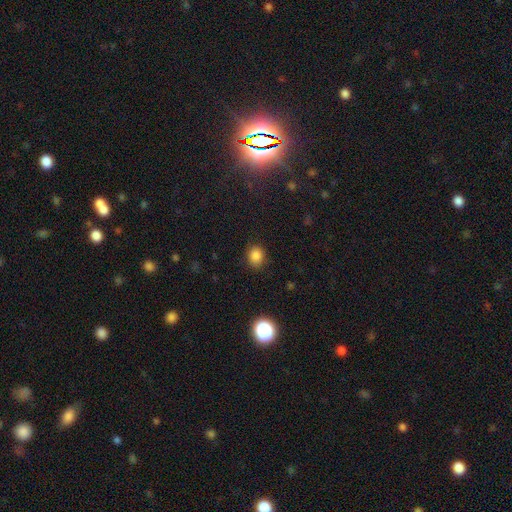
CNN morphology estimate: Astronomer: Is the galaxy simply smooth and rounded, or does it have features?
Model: smooth — 83%.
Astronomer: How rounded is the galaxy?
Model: round — 68%.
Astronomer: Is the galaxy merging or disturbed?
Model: none — 85%.